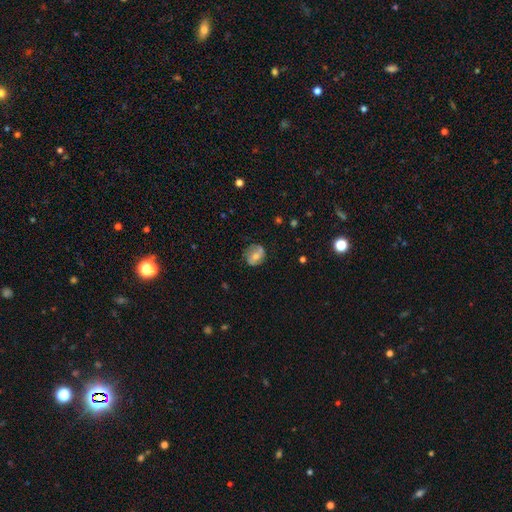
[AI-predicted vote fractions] Morphology: type=smooth (48%); merging=none (64%).